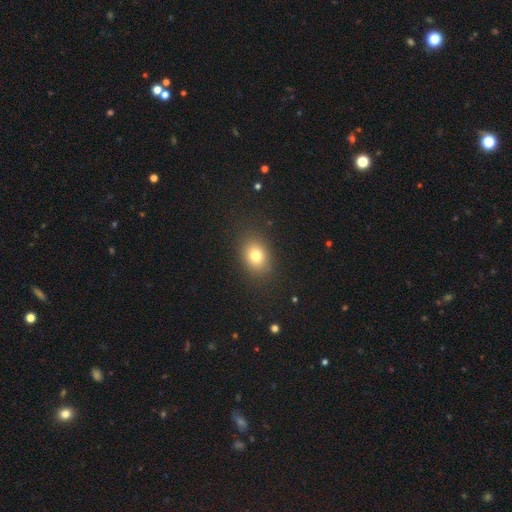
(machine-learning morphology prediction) Smooth or featured: smooth — 79% (star or artifact — 11%)
How rounded: in between — 64% (round — 35%)
Merging: none — 85% (minor disturbance — 10%)